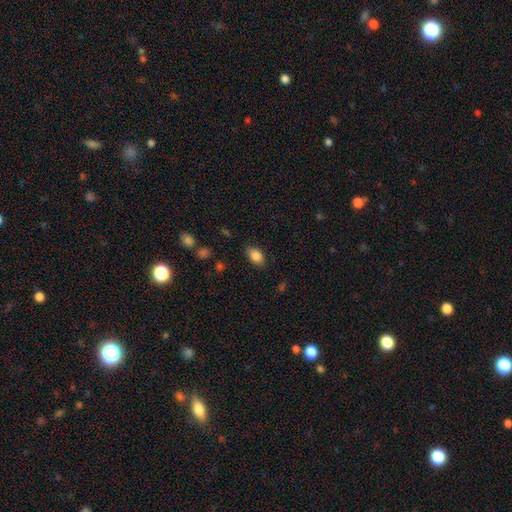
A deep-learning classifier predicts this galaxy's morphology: The model was most divided on "merging": none: 83%, minor disturbance: 13%, major disturbance: 3%, merger: 1%. More confident: how rounded — in between (88%); smooth or featured — smooth (86%).